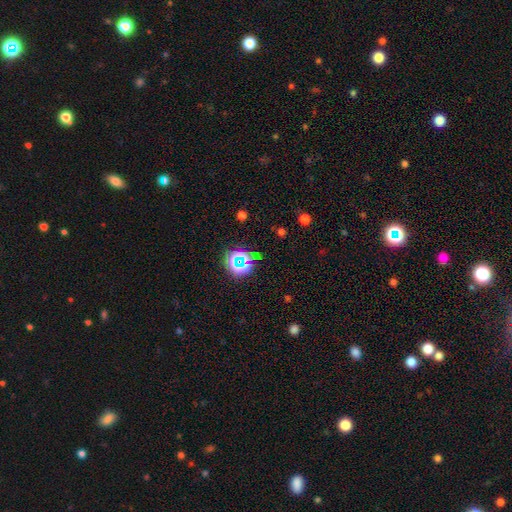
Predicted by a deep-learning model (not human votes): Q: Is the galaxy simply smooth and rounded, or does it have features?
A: star or artifact — 63%.